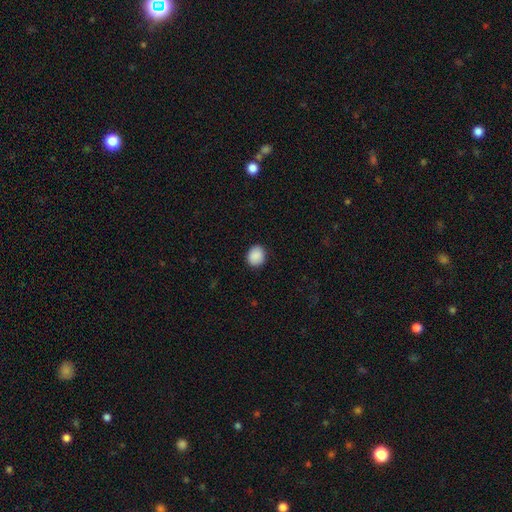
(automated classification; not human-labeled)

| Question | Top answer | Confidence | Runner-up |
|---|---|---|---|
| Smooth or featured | smooth | 90% | star or artifact (8%) |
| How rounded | round | 70% | in between (29%) |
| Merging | none | 89% | minor disturbance (8%) |